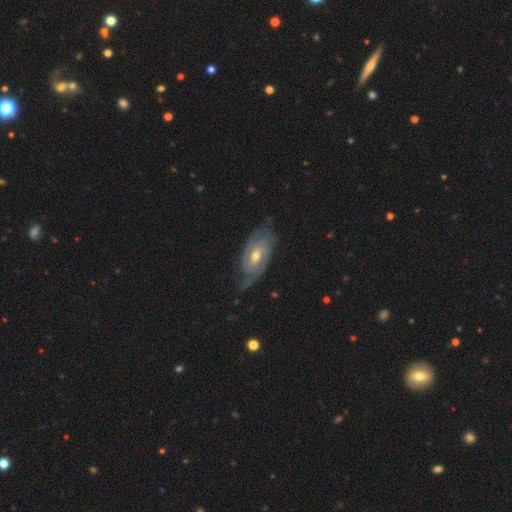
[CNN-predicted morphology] A featured or disk galaxy (82%) with no bar (47%), 2 (56%) tight (53%) spiral arms (93%) and a moderate central bulge (66%).

Vote fractions:
- Smooth or featured? featured or disk: 82% / smooth: 12% / star or artifact: 6%
- Edge-on disk? no: 93% / yes: 7%
- Bar? no: 47% / weak: 43% / strong: 10%
- Spiral arms? yes: 93% / no: 7%
- Spiral winding? tight: 53% / medium: 35% / loose: 12%
- Spiral arm count? 2: 56% / can't tell: 24% / 3: 9% / 1: 5% / 4: 3% / more than 4: 3%
- Bulge size? moderate: 66% / small: 28% / large: 3% / none: 1% / dominant: 1%
- Merging? none: 67% / minor disturbance: 22% / major disturbance: 9% / merger: 1%